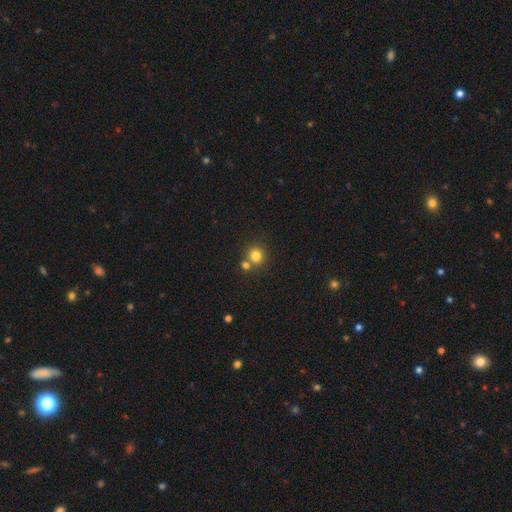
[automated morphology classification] Smooth or featured? Predicted: smooth (p=0.80). How rounded? Predicted: round (p=0.88). Merging? Predicted: none (p=0.65).